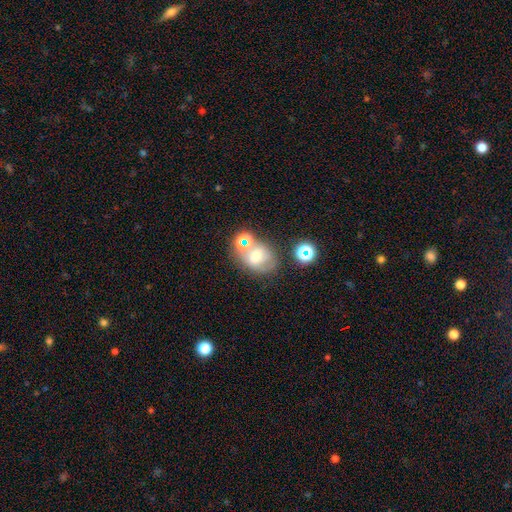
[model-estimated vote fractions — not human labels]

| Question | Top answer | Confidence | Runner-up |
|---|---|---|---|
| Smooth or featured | smooth | 43% | featured or disk (35%) |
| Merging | none | 48% | merger (23%) |